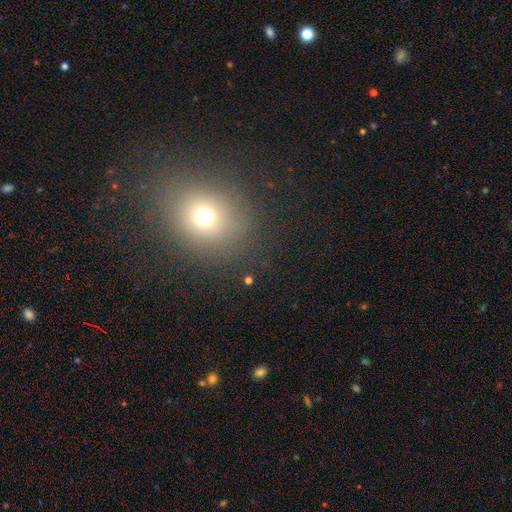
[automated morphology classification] Smooth or featured?
  - smooth: 65% *
  - star or artifact: 23%
  - featured or disk: 12%
How rounded?
  - round: 61% *
  - in between: 37%
  - cigar-shaped: 1%
Merging?
  - none: 81% *
  - minor disturbance: 11%
  - major disturbance: 6%
  - merger: 2%